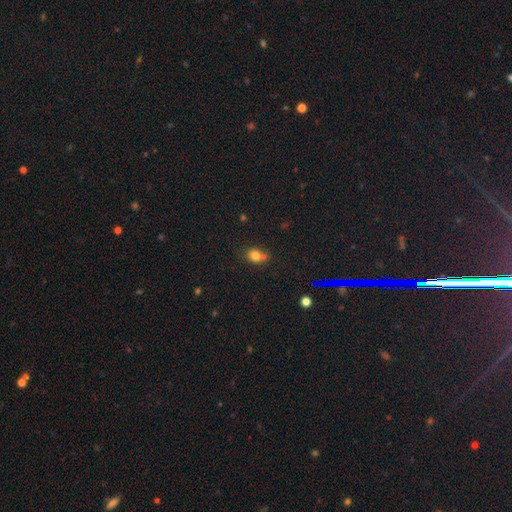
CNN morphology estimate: Q: Smooth or featured?
A: smooth (78%); runner-up: star or artifact (13%)
Q: How rounded?
A: round (64%); runner-up: in between (35%)
Q: Merging?
A: none (55%); runner-up: merger (27%)